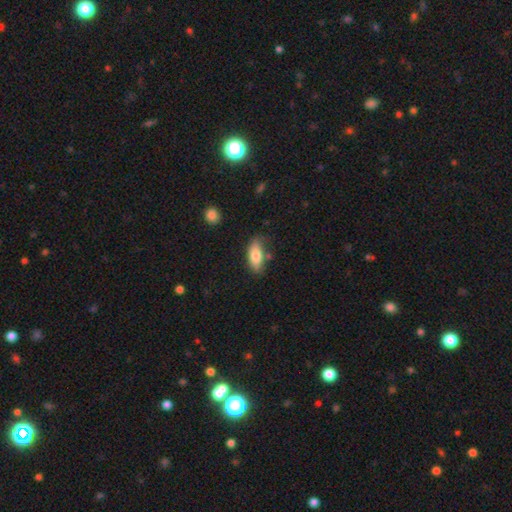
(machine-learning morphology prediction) Smooth or featured? smooth (78%)
How rounded? in between (83%)
Merging? none (71%)